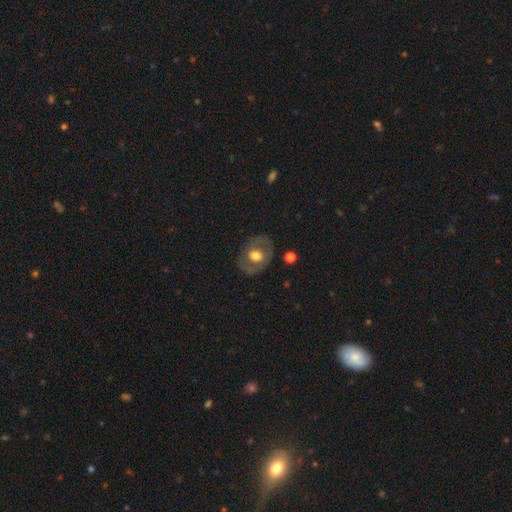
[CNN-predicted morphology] smooth_or_featured: featured or disk (p=0.49) [alt: smooth p=0.44]
merging: none (p=0.79) [alt: minor disturbance p=0.14]